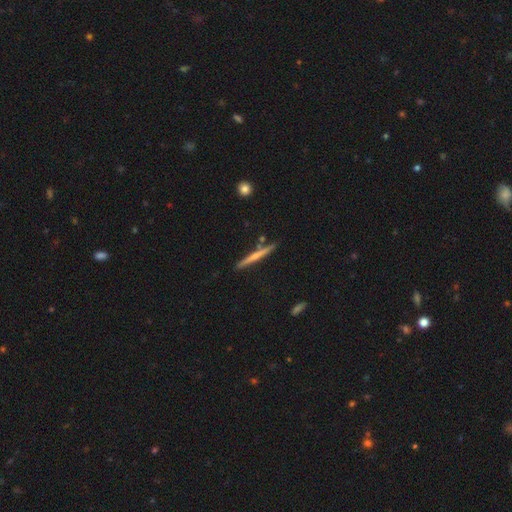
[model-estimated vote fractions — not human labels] Smooth or featured? Predicted: featured or disk (p=0.50). Edge-on disk? Predicted: yes (p=0.97). Merging? Predicted: none (p=0.86).